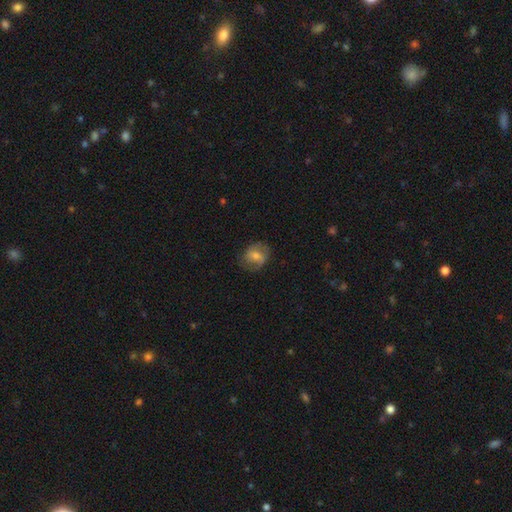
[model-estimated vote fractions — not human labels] The model was most divided on "smooth or featured": smooth: 48%, featured or disk: 44%, star or artifact: 8%. More confident: merging — none (73%).